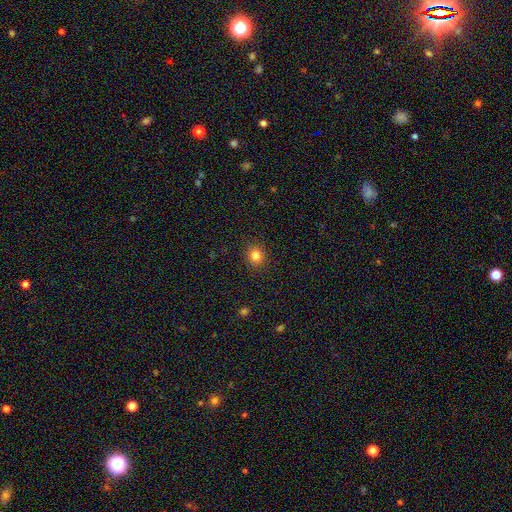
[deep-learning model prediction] A smooth galaxy with no disk features (82%) that is round (86%).

Vote fractions:
- Smooth or featured? smooth: 82% / star or artifact: 12% / featured or disk: 5%
- How rounded? round: 86% / in between: 13% / cigar-shaped: 1%
- Merging? none: 90% / minor disturbance: 6% / major disturbance: 2% / merger: 1%